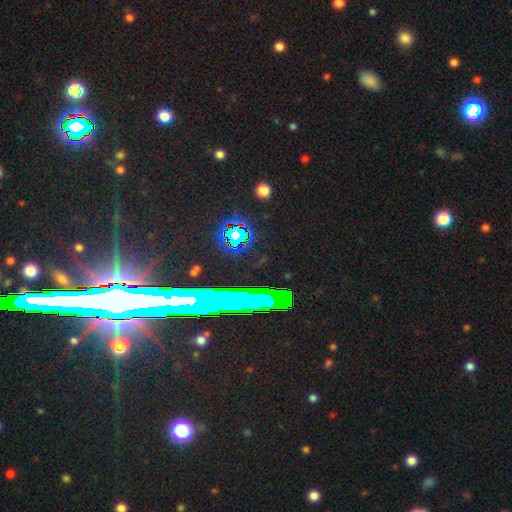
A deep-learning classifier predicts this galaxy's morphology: Q: Smooth or featured?
A: star or artifact (68%); runner-up: featured or disk (20%)